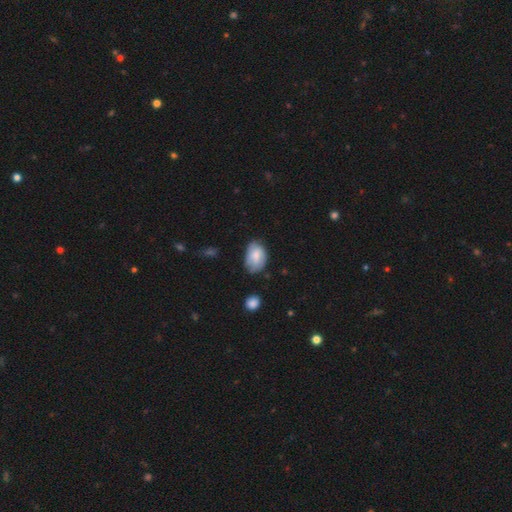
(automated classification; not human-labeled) smooth 69%, featured or disk 24%, star or artifact 7%. Down the decision tree: how rounded — in between (84%); merging — none (55%).